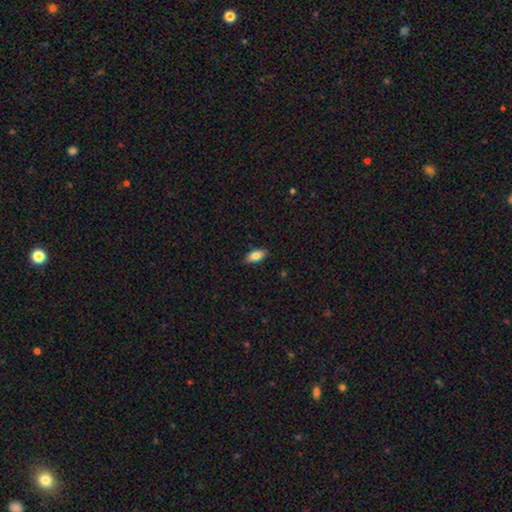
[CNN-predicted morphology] This is clearly a smooth galaxy (83%). How rounded: clearly in between (89%). Merging: clearly none (87%).